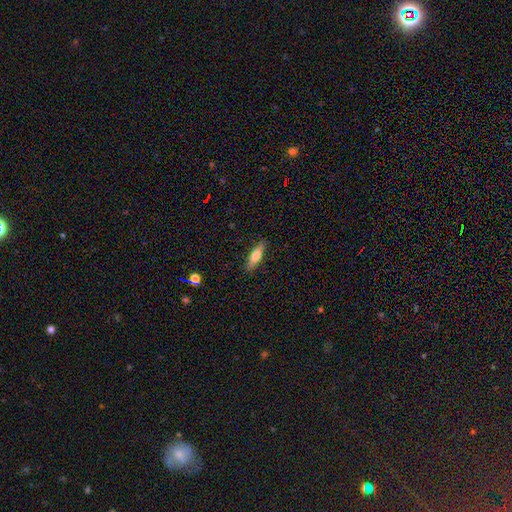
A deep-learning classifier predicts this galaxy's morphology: Smooth or featured?
  - smooth: 62% *
  - featured or disk: 32%
  - star or artifact: 6%
How rounded?
  - cigar-shaped: 63% *
  - in between: 35%
  - round: 2%
Merging?
  - none: 88% *
  - minor disturbance: 9%
  - major disturbance: 2%
  - merger: 1%